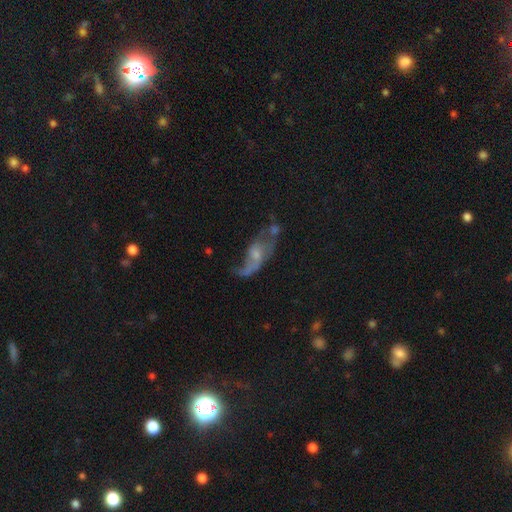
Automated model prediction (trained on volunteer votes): This appears to be a featured or disk galaxy (64%) with no bar (68%), spiral arms (64%) and a small central bulge (54%). Merging: major disturbance (33%).